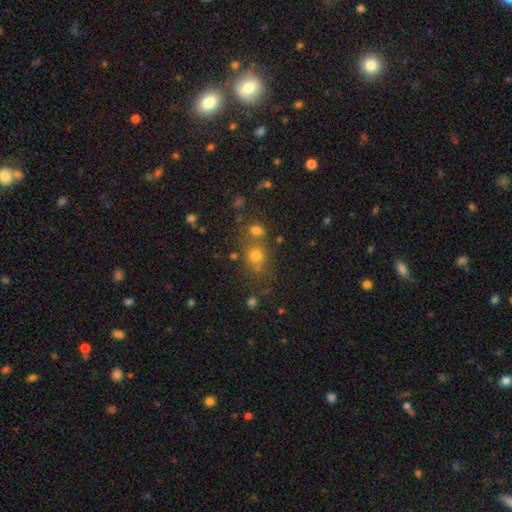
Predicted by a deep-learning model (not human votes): A smooth galaxy with no disk features (68%) that is round (77%).

Vote fractions:
- Smooth or featured? smooth: 68% / star or artifact: 22% / featured or disk: 10%
- How rounded? round: 77% / in between: 22% / cigar-shaped: 1%
- Merging? none: 61% / merger: 24% / minor disturbance: 11% / major disturbance: 5%